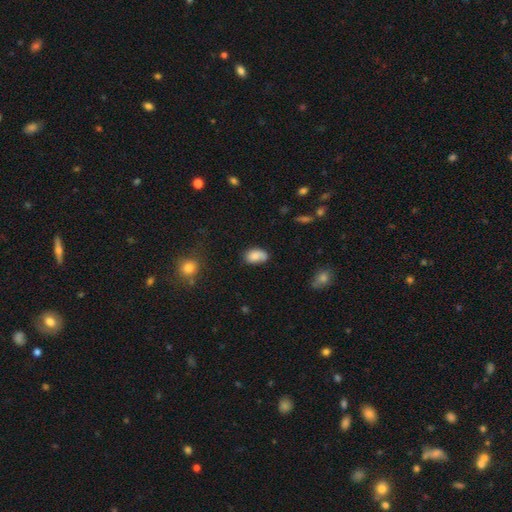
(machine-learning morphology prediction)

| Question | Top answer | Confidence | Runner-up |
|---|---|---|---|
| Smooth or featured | smooth | 80% | featured or disk (11%) |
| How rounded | in between | 89% | round (10%) |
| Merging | none | 54% | minor disturbance (30%) |